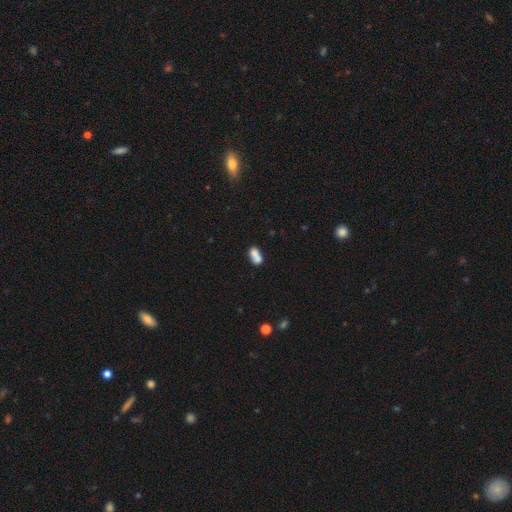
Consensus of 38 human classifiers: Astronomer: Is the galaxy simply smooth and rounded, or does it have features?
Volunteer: smooth — 82%.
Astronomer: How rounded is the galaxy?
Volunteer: in between — 68%.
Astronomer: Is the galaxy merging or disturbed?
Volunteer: merger — 57%.